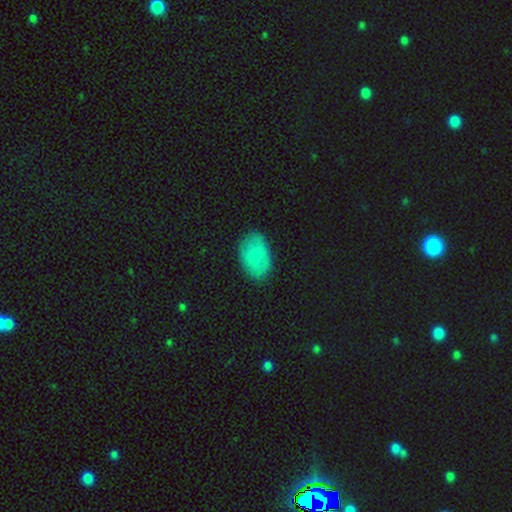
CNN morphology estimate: Smooth or featured?
  - smooth: 81% *
  - featured or disk: 10%
  - star or artifact: 9%
How rounded?
  - in between: 90% *
  - round: 9%
  - cigar-shaped: 1%
Merging?
  - none: 81% *
  - minor disturbance: 15%
  - major disturbance: 3%
  - merger: 1%